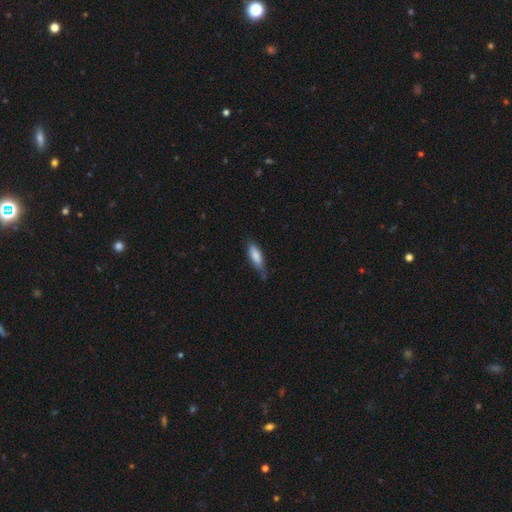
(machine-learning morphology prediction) Smooth or featured: smooth — 82% (featured or disk — 12%)
How rounded: in between — 53% (cigar-shaped — 45%)
Merging: none — 58% (minor disturbance — 33%)